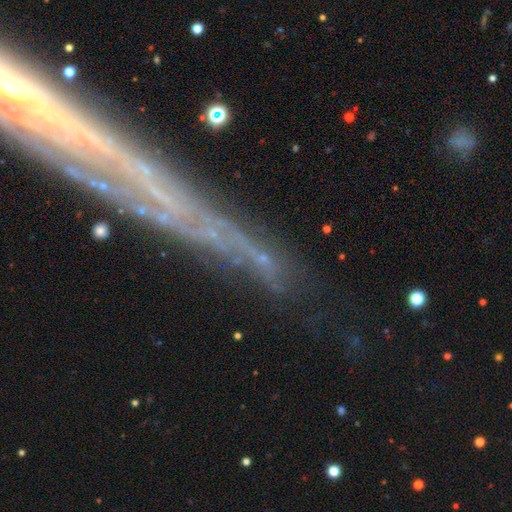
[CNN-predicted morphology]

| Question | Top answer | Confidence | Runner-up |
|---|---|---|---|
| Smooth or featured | featured or disk | 61% | star or artifact (22%) |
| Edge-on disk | yes | 58% | no (42%) |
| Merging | none | 70% | minor disturbance (17%) |